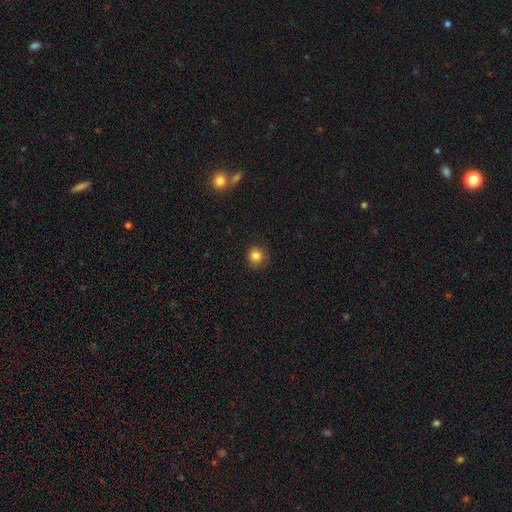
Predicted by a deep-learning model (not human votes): smooth_or_featured: smooth (p=0.84) [alt: star or artifact p=0.12]
how_rounded: round (p=0.91) [alt: in between p=0.08]
merging: none (p=0.86) [alt: minor disturbance p=0.10]